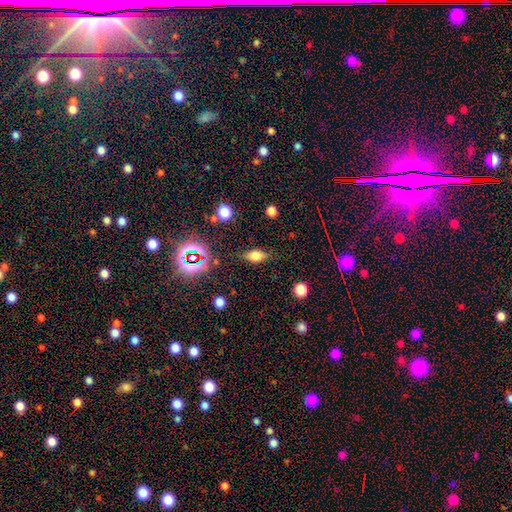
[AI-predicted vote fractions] This is likely a smooth galaxy (68%). How rounded: clearly in between (80%). Merging: clearly none (80%).